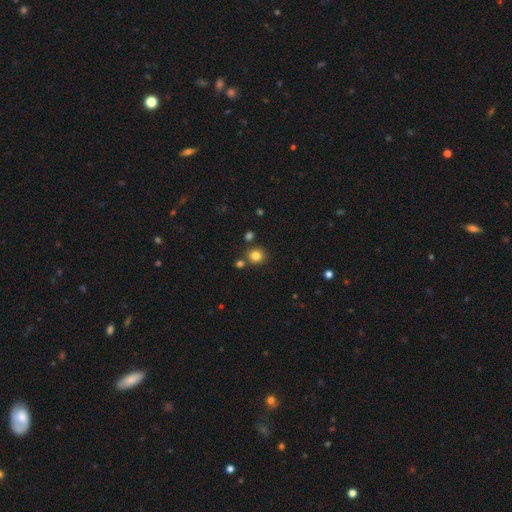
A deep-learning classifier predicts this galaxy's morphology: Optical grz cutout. It shows a smooth galaxy with no disk features (82%) that is round (86%). Merging: none (80%).